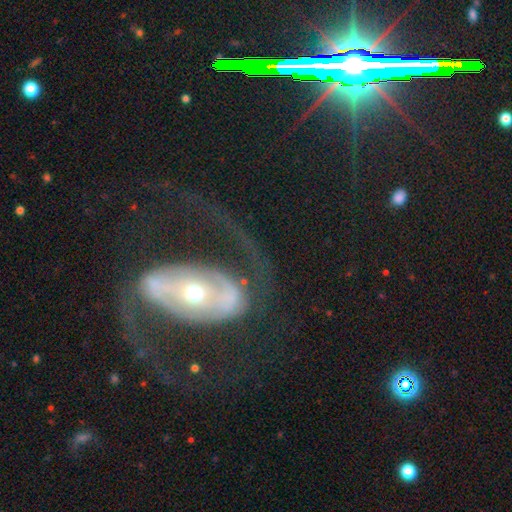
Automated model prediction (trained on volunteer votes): smooth_or_featured: featured or disk (p=0.82) [alt: star or artifact p=0.09]
disk_edge_on: no (p=0.93) [alt: yes p=0.07]
bar: strong (p=0.45) [alt: no p=0.33]
has_spiral_arms: yes (p=0.86) [alt: no p=0.14]
spiral_winding: medium (p=0.45) [alt: loose p=0.38]
spiral_arm_count: 2 (p=0.92) [alt: can't tell p=0.03]
bulge_size: moderate (p=0.54) [alt: small p=0.37]
merging: none (p=0.71) [alt: major disturbance p=0.16]